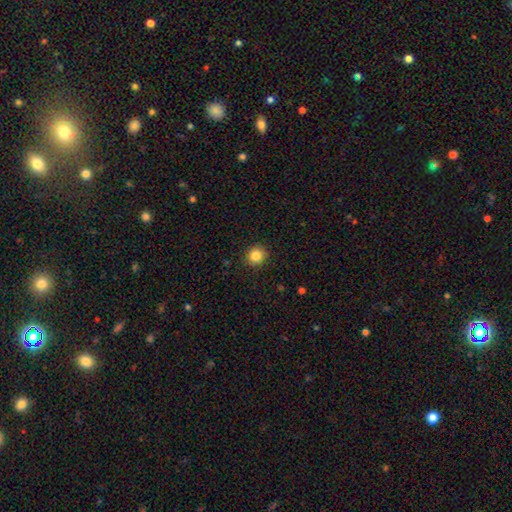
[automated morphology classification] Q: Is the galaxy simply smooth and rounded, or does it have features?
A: smooth — 84%.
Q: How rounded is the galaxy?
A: round — 90%.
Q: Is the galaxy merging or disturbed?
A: none — 90%.